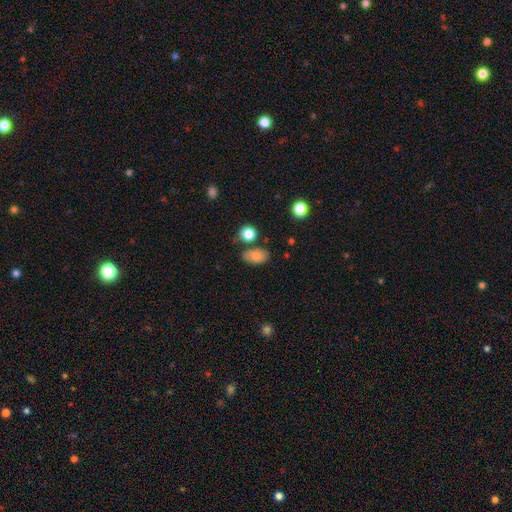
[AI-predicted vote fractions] Smooth or featured: smooth — 78% (featured or disk — 12%)
How rounded: in between — 86% (round — 13%)
Merging: none — 67% (minor disturbance — 20%)